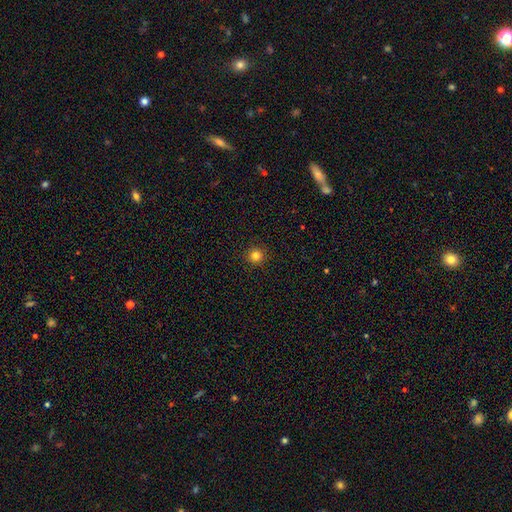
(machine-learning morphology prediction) A smooth galaxy with no disk features (81%) that is round (96%). Merging: none (93%).